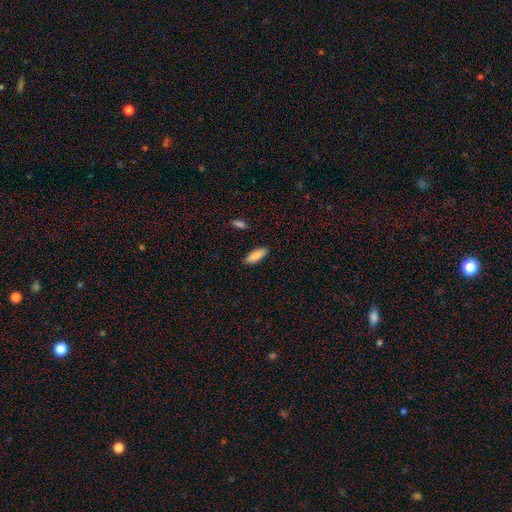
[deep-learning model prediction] A smooth galaxy with no disk features (86%) that is in between round and cigar-shaped (59%). Merging: none (88%).